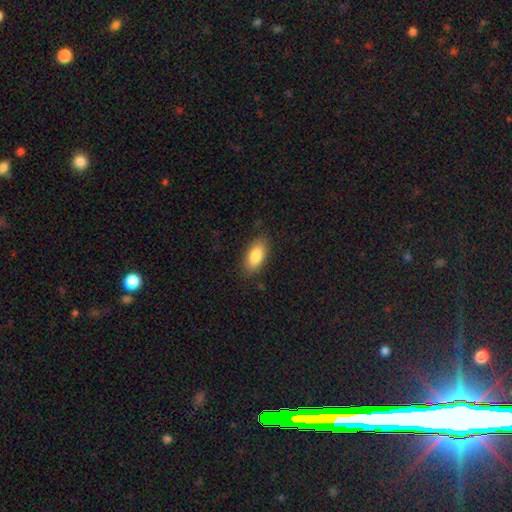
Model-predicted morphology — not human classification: smooth 85%, featured or disk 8%, star or artifact 7%. Down the decision tree: how rounded — in between (88%); merging — none (85%).